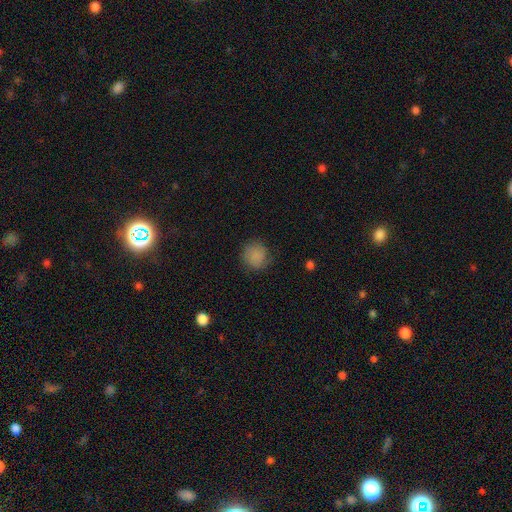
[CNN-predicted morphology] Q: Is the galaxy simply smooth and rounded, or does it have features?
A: smooth — 84%.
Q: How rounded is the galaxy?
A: round — 89%.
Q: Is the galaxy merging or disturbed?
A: none — 78%.